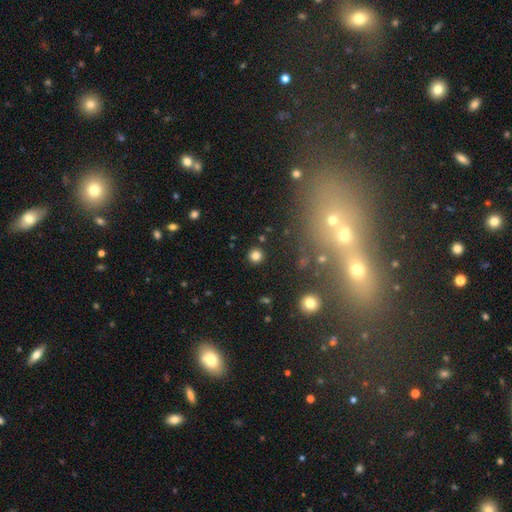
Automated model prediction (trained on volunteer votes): This is clearly a smooth galaxy (81%). How rounded: clearly round (94%). Merging: clearly none (91%).